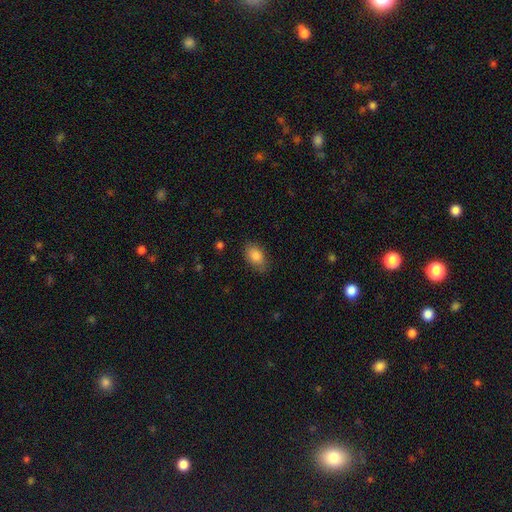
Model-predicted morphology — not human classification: Q: Smooth or featured?
A: smooth (84%); runner-up: featured or disk (8%)
Q: How rounded?
A: in between (88%); runner-up: round (10%)
Q: Merging?
A: none (76%); runner-up: minor disturbance (19%)